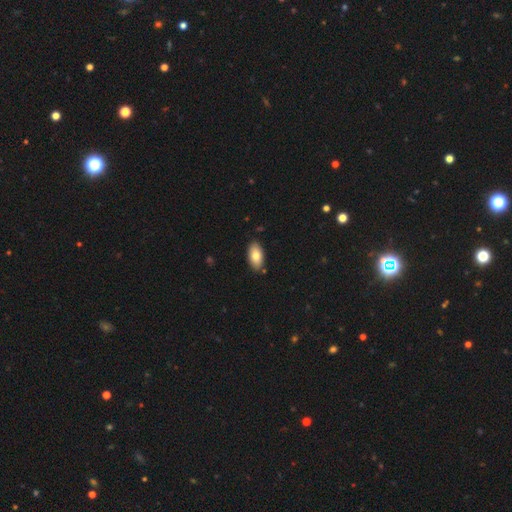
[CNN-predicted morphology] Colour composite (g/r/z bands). It shows a smooth galaxy with no disk features (79%) that is in between round and cigar-shaped (94%). Merging: none (87%).